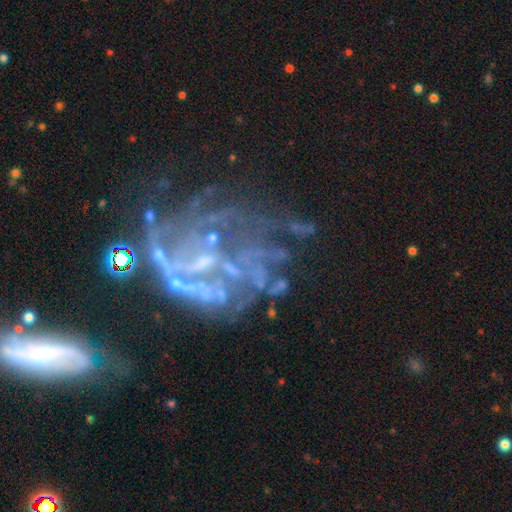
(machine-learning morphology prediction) Smooth or featured? Predicted: featured or disk (p=0.76). Edge-on disk? Predicted: no (p=0.97). Bar? Predicted: no (p=0.57). Spiral arms? Predicted: yes (p=0.62). Bulge size? Predicted: none (p=0.52). Merging? Predicted: major disturbance (p=0.39).